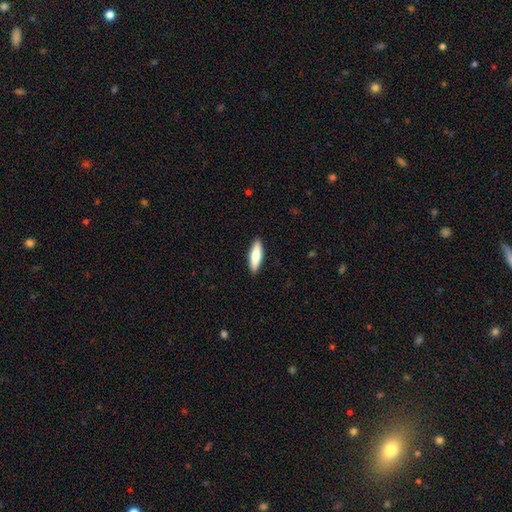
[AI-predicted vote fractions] A smooth galaxy with no disk features (72%) that is cigar-shaped (61%). Merging: none (90%).